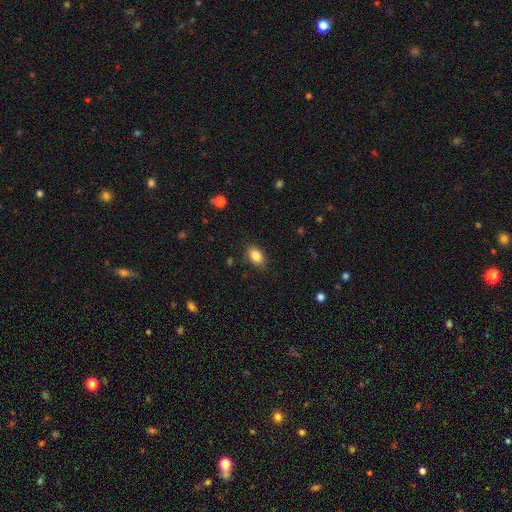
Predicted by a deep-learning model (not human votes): smooth_or_featured: smooth (p=0.86) [alt: star or artifact p=0.08]
how_rounded: in between (p=0.85) [alt: round p=0.13]
merging: none (p=0.84) [alt: minor disturbance p=0.12]